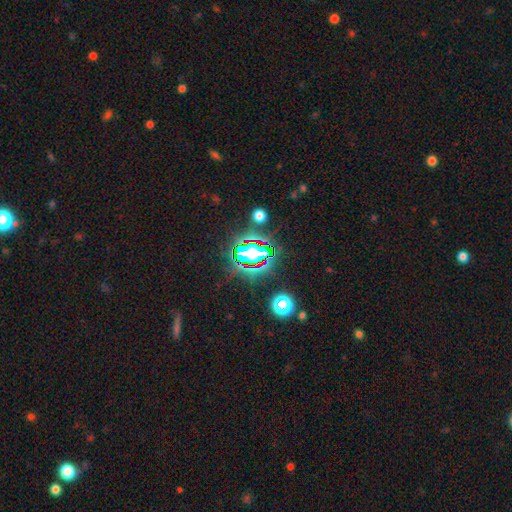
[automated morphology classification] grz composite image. It shows a star or artifact, not a galaxy (80%).